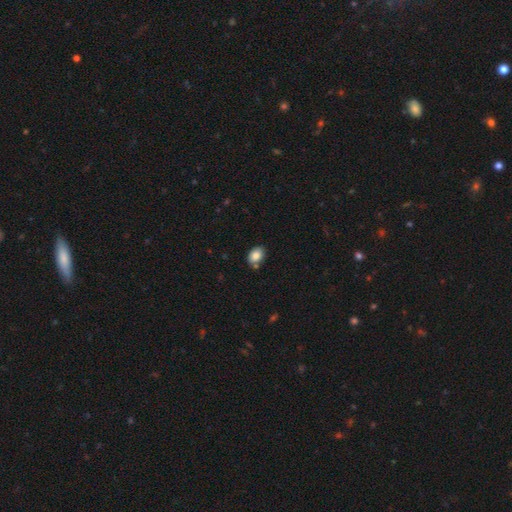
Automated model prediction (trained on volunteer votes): smooth-or-featured: smooth: 83% | featured or disk: 8% | star or artifact: 8%
  how-rounded: in between: 73% | round: 26% | cigar-shaped: 1%
  merging: none: 77% | minor disturbance: 14% | merger: 7% | major disturbance: 3%